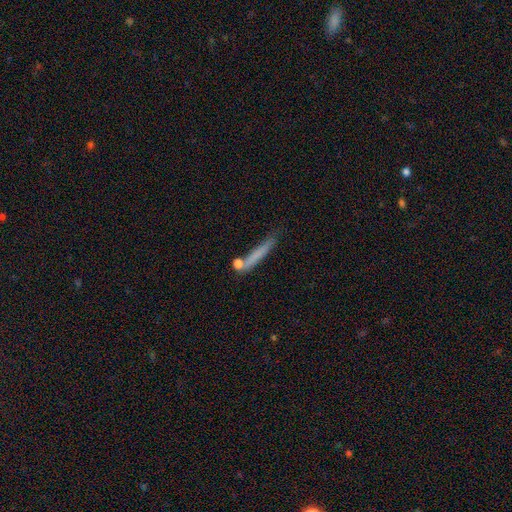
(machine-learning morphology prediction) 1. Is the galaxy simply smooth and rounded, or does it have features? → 67% smooth, 24% featured or disk, 9% star or artifact.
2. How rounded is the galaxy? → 91% cigar-shaped, 6% in between, 3% round.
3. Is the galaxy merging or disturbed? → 63% none, 17% minor disturbance, 13% merger, 7% major disturbance.